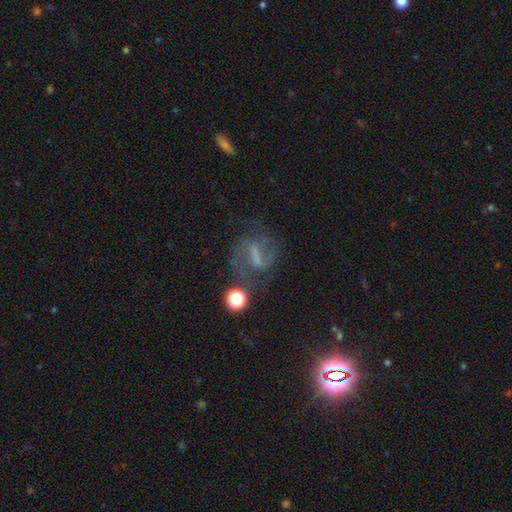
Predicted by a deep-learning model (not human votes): This appears to be a featured or disk galaxy (64%) with a strong bar (49%), 2 (77%) medium (47%) spiral arms (83%) and no central bulge (54%). Merging: none (58%).